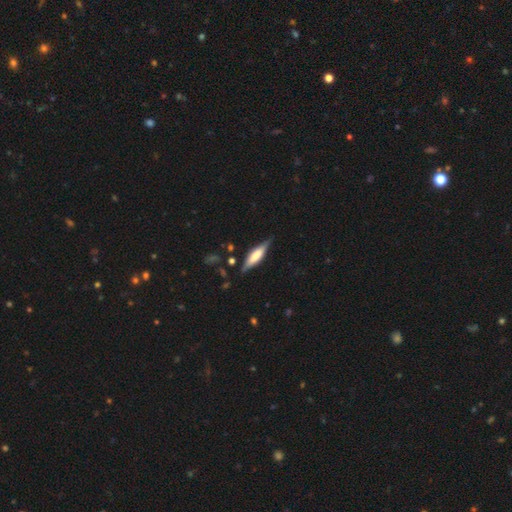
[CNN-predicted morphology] smooth-or-featured: featured or disk: 51% | smooth: 43% | star or artifact: 6%
  disk-edge-on: yes: 93% | no: 7%
  merging: none: 81% | minor disturbance: 14% | major disturbance: 3% | merger: 2%